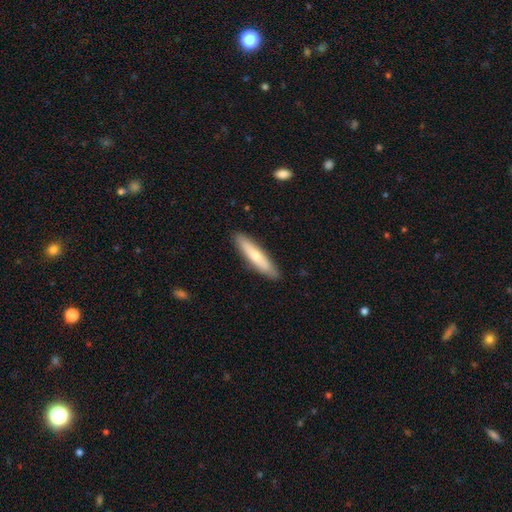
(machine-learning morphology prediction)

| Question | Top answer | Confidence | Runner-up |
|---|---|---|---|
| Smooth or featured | smooth | 64% | featured or disk (31%) |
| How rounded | cigar-shaped | 85% | in between (14%) |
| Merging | none | 89% | minor disturbance (9%) |